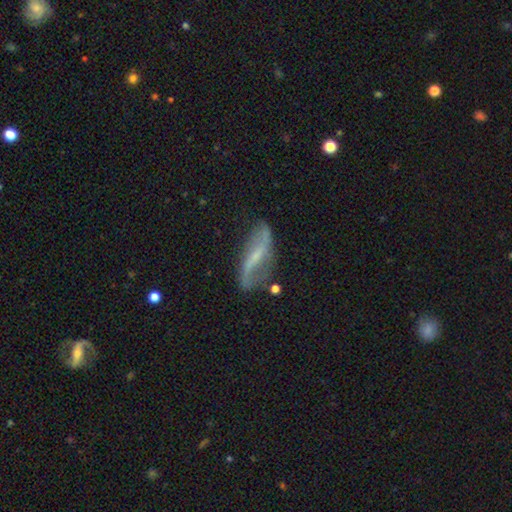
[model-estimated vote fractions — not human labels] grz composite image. It shows a featured or disk galaxy (75%) with a strong bar (40%), 2 (86%) loose (77%) spiral arms (87%) and a small central bulge (63%). Merging: none (63%).